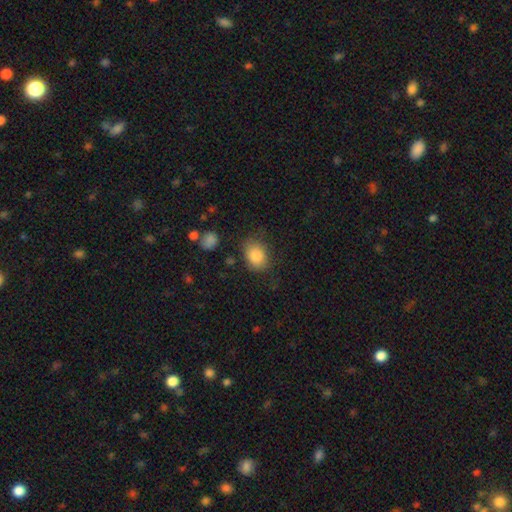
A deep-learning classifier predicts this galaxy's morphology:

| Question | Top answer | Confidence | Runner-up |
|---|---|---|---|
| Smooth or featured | smooth | 85% | star or artifact (8%) |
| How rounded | in between | 62% | round (37%) |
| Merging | none | 70% | minor disturbance (20%) |